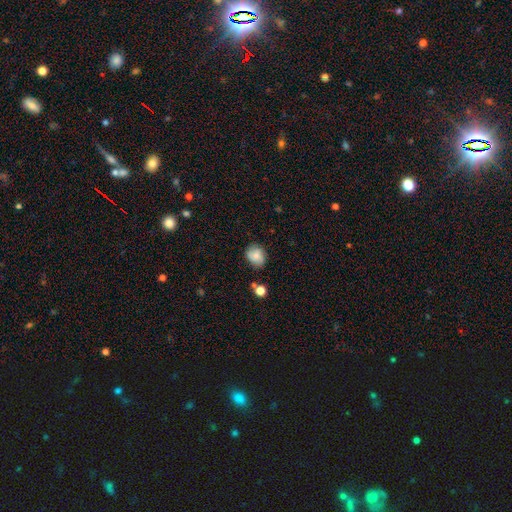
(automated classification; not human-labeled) Smooth or featured: smooth — 74% (featured or disk — 17%)
How rounded: round — 57% (in between — 42%)
Merging: none — 73% (minor disturbance — 19%)